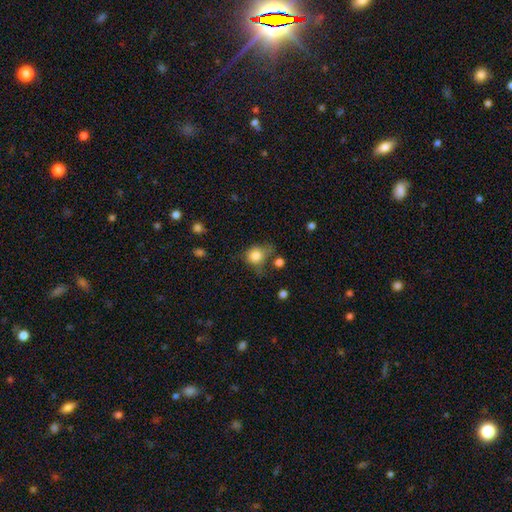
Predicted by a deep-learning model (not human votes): This appears to be a smooth galaxy with no disk features (81%) that is round (76%). Merging: none (49%).